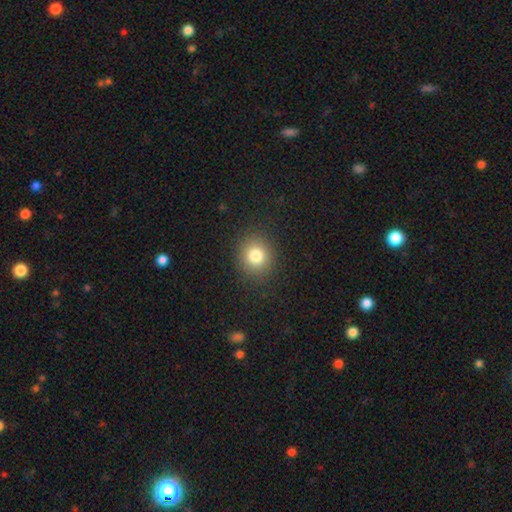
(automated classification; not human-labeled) This is clearly a smooth galaxy (80%). How rounded: clearly round (83%). Merging: clearly none (89%).